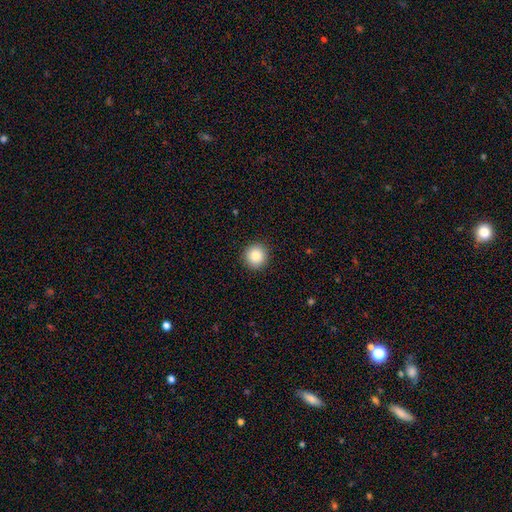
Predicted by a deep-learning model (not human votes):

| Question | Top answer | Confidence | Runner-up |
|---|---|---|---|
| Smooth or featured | smooth | 87% | star or artifact (9%) |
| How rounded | round | 93% | in between (6%) |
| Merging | none | 92% | minor disturbance (5%) |